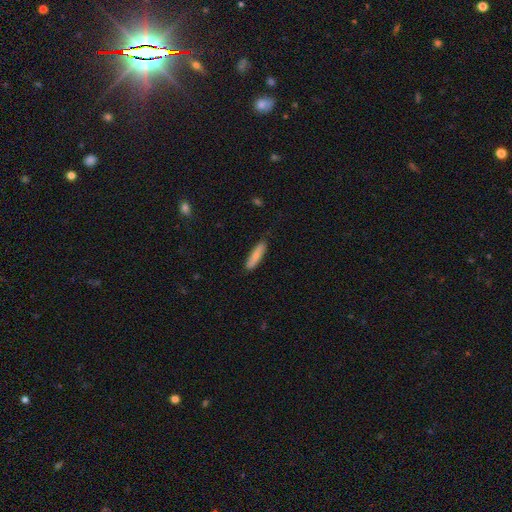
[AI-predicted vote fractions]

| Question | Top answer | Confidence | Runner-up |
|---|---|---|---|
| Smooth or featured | smooth | 79% | featured or disk (15%) |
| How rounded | cigar-shaped | 78% | in between (21%) |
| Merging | none | 84% | minor disturbance (13%) |